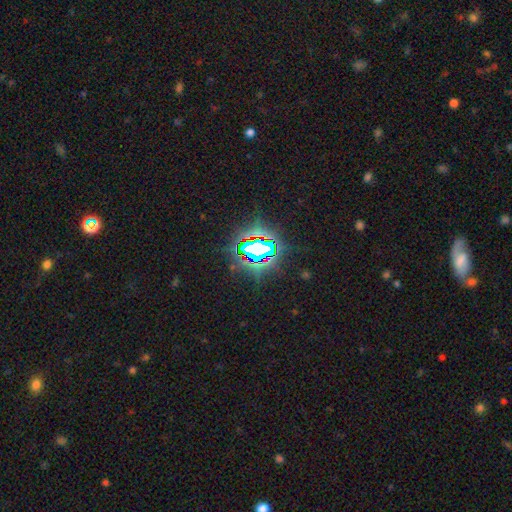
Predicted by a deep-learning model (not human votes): Morphology: type=star or artifact (76%).